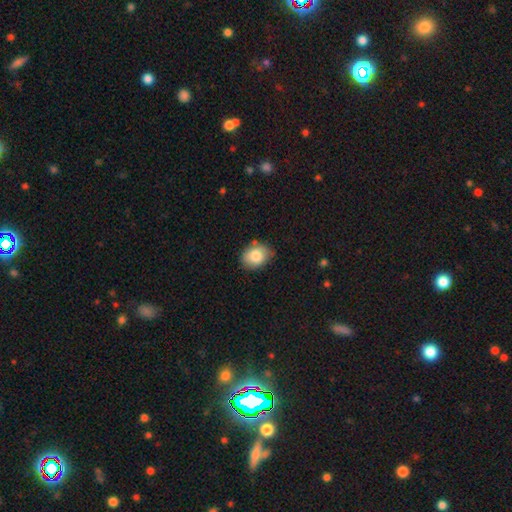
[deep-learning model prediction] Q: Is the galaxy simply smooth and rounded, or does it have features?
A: smooth — 82%.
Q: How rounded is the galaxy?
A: in between — 60%.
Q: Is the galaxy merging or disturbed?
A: none — 72%.